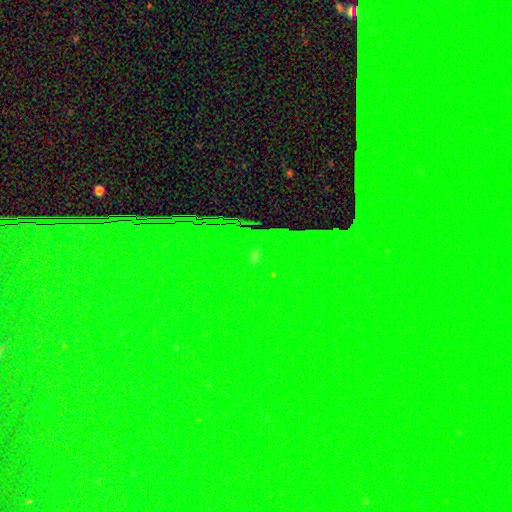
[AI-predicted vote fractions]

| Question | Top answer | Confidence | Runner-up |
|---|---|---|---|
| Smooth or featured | star or artifact | 87% | featured or disk (7%) |